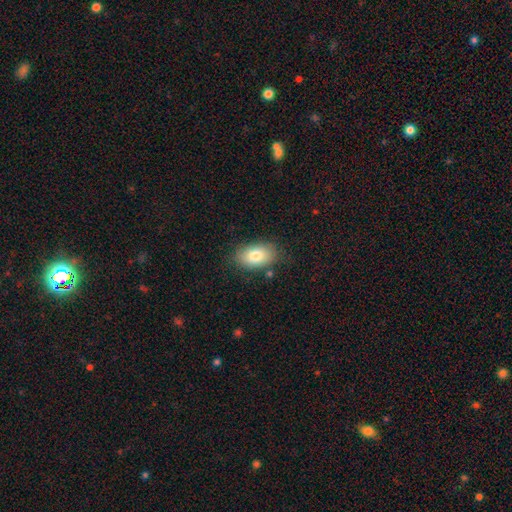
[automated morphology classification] The model was most divided on "merging": none: 80%, minor disturbance: 14%, major disturbance: 4%, merger: 2%. More confident: how rounded — in between (90%); smooth or featured — smooth (80%).